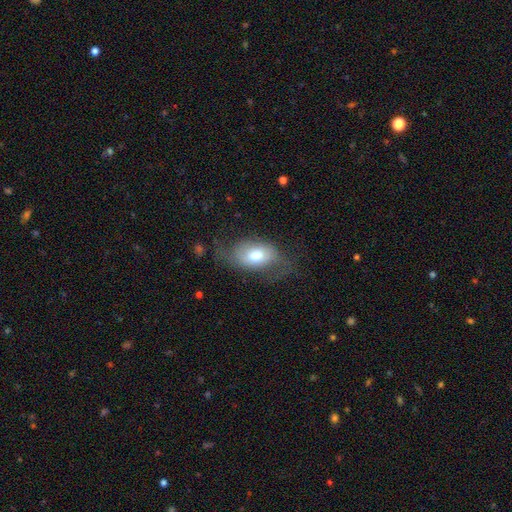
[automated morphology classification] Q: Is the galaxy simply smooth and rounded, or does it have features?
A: smooth — 60%.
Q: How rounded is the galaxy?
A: in between — 88%.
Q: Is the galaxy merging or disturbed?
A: none — 50%.